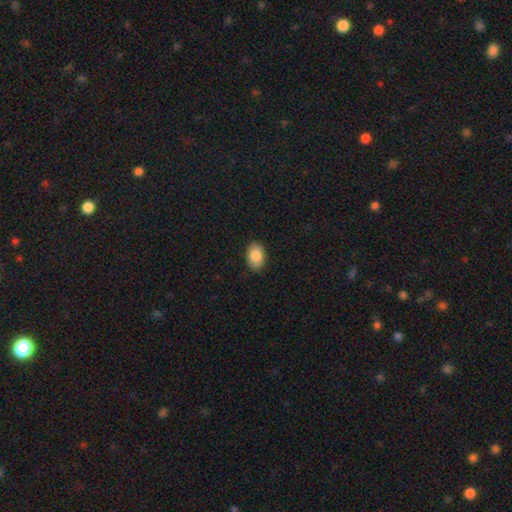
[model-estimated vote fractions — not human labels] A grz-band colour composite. It shows a smooth galaxy with no disk features (86%) that is in between round and cigar-shaped (86%). Merging: none (89%).